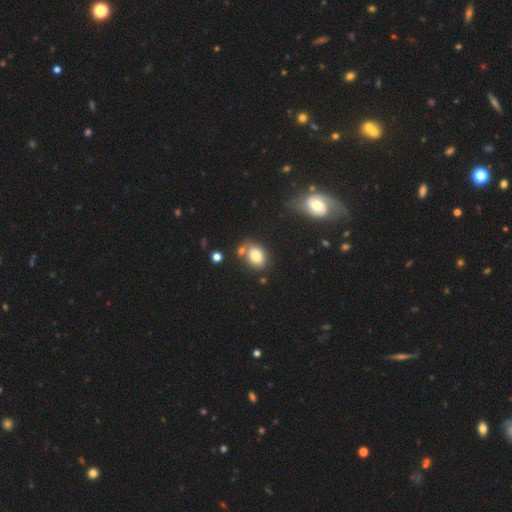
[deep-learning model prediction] A smooth galaxy with no disk features (82%) that is in between round and cigar-shaped (67%).

Vote fractions:
- Smooth or featured? smooth: 82% / star or artifact: 10% / featured or disk: 9%
- How rounded? in between: 67% / round: 32% / cigar-shaped: 1%
- Merging? none: 62% / merger: 19% / minor disturbance: 14% / major disturbance: 5%